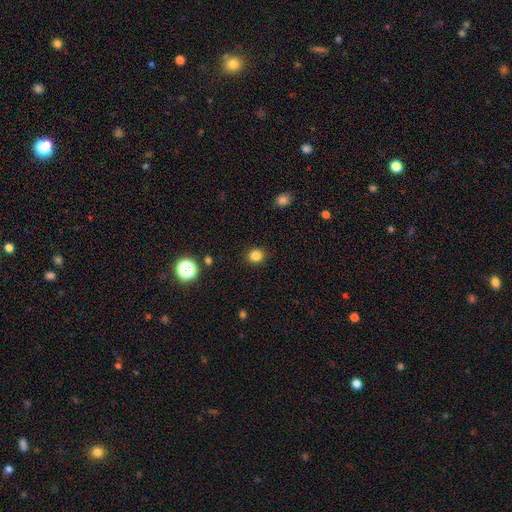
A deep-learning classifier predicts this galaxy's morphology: The model was most divided on "how rounded": round: 81%, in between: 18%, cigar-shaped: 1%. More confident: merging — none (90%); smooth or featured — smooth (84%).